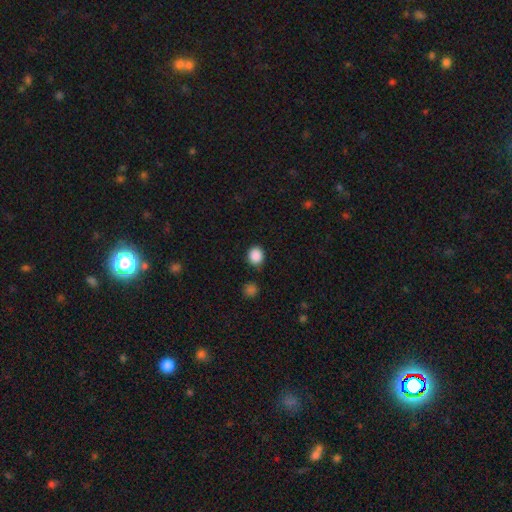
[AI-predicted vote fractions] Smooth or featured? Predicted: smooth (p=0.88). How rounded? Predicted: round (p=0.75). Merging? Predicted: none (p=0.82).